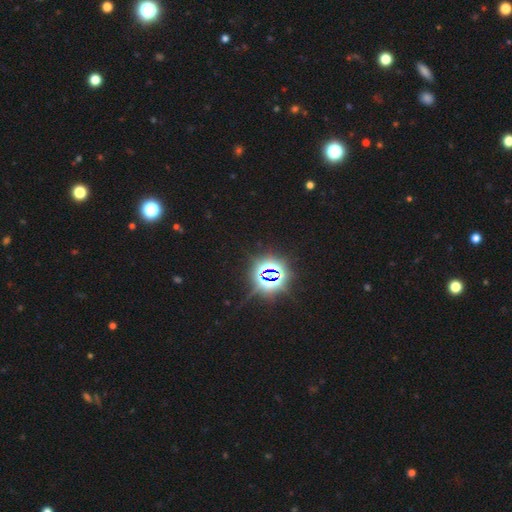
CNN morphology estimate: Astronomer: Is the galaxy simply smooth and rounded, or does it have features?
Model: star or artifact — 82%.